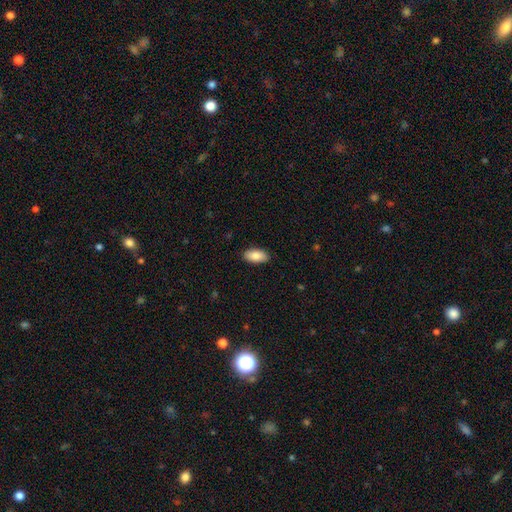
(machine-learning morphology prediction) Overall: smooth (84%). How rounded: in between (93%). Merging: none (89%).